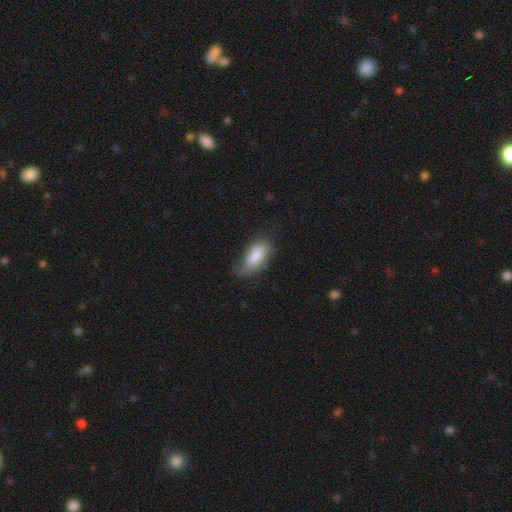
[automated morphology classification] Smooth or featured? Predicted: smooth (p=0.81). How rounded? Predicted: in between (p=0.89). Merging? Predicted: none (p=0.51).